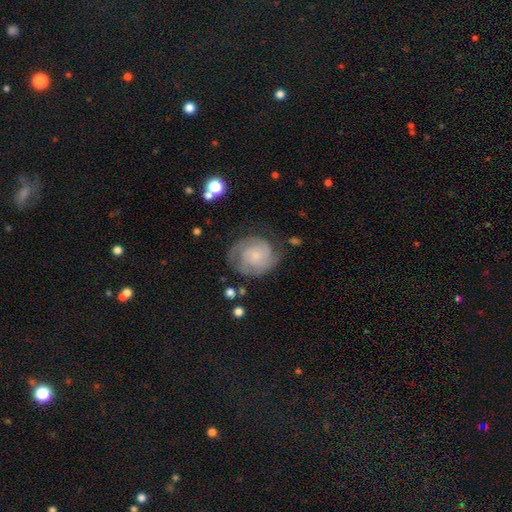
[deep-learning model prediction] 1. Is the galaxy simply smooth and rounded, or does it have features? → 67% featured or disk, 26% smooth, 7% star or artifact.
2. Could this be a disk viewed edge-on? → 98% no, 2% yes.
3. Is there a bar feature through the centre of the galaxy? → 76% no, 21% weak, 3% strong.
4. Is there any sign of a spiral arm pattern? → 88% yes, 12% no.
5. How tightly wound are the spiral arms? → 58% tight, 32% medium, 11% loose.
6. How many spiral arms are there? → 43% 2, 30% can't tell, 14% 3, 6% 1, 4% 4, 3% more than 4.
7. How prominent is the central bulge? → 72% small, 15% moderate, 9% none, 2% large, 1% dominant.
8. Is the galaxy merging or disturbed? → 64% none, 22% minor disturbance, 12% major disturbance, 2% merger.